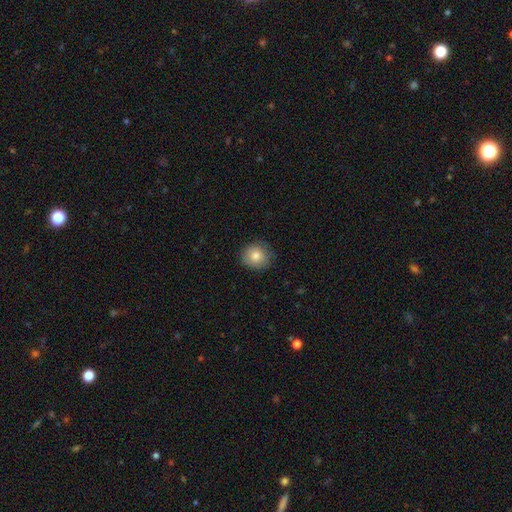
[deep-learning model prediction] Smooth or featured? Predicted: smooth (p=0.80). How rounded? Predicted: round (p=0.87). Merging? Predicted: none (p=0.83).